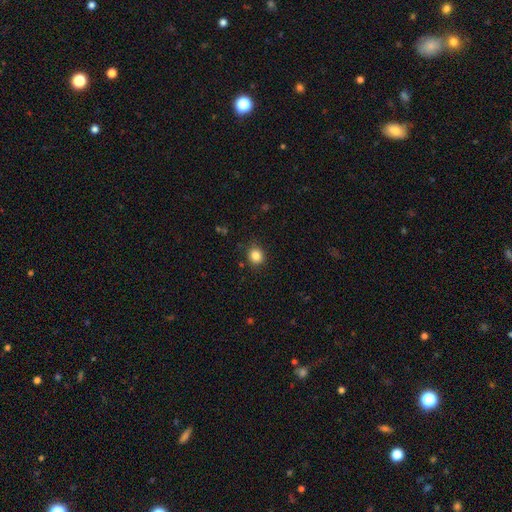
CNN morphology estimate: This is clearly a smooth galaxy (84%). How rounded: clearly round (84%). Merging: clearly none (88%).